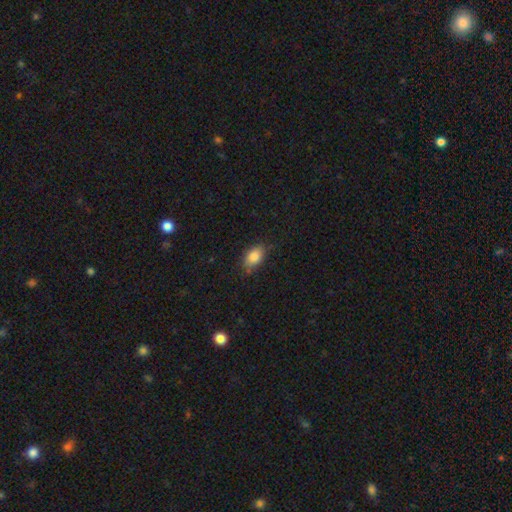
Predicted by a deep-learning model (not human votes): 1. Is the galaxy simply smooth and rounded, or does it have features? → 84% smooth, 9% star or artifact, 7% featured or disk.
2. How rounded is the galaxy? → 85% in between, 13% round, 2% cigar-shaped.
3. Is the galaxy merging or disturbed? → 77% none, 18% minor disturbance, 3% major disturbance, 1% merger.